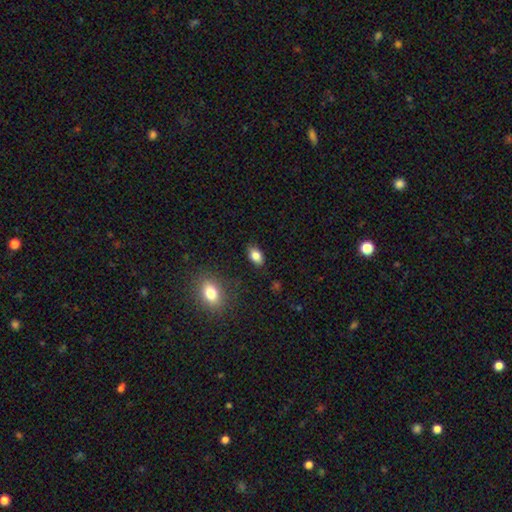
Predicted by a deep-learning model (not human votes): Overall: smooth (83%). How rounded: in between (90%). Merging: none (86%).